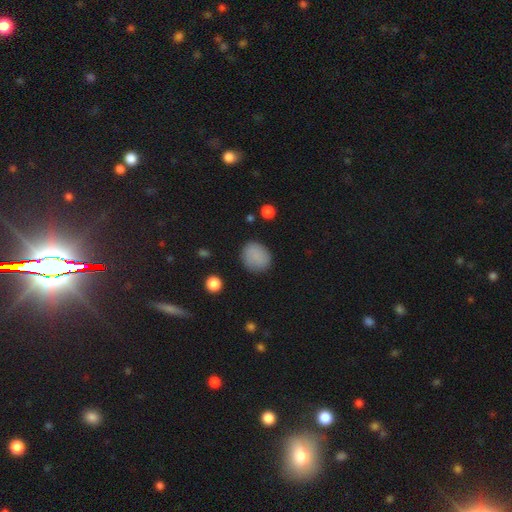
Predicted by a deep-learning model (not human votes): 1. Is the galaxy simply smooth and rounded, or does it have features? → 86% smooth, 8% star or artifact, 6% featured or disk.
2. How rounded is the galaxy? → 71% round, 28% in between, 1% cigar-shaped.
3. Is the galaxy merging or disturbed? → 82% none, 13% minor disturbance, 4% major disturbance, 1% merger.